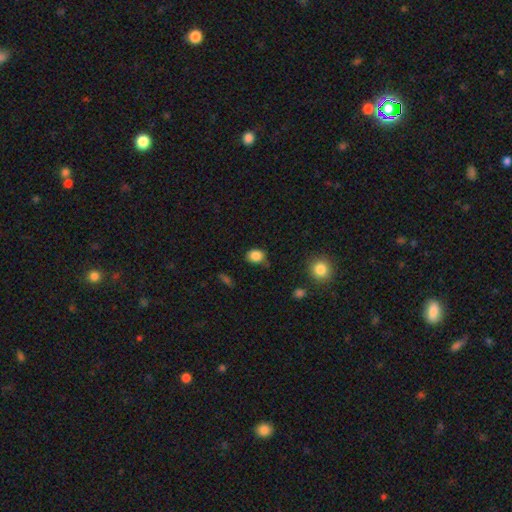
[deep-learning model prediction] smooth 86%, star or artifact 10%, featured or disk 4%. Down the decision tree: how rounded — round (55%); merging — none (68%).